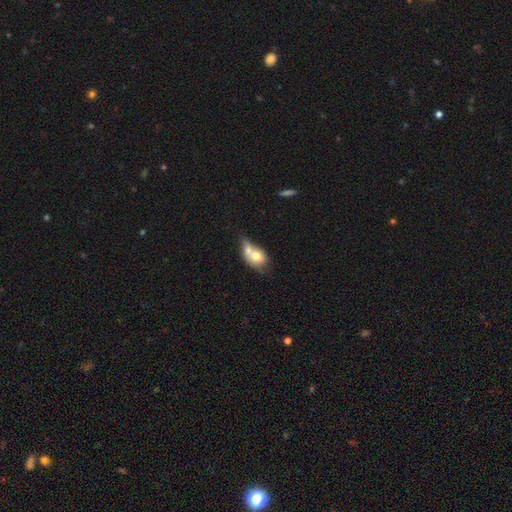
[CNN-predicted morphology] Smooth or featured? Predicted: smooth (p=0.64). How rounded? Predicted: in between (p=0.63). Merging? Predicted: merger (p=0.69).